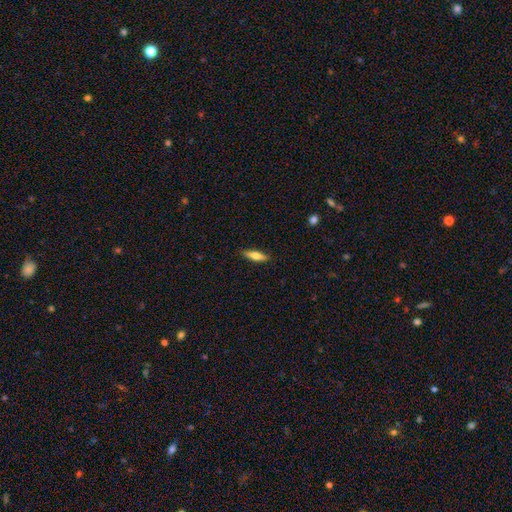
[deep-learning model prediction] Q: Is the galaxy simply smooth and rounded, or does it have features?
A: smooth — 61%.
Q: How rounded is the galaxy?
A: cigar-shaped — 61%.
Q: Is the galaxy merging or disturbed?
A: none — 89%.